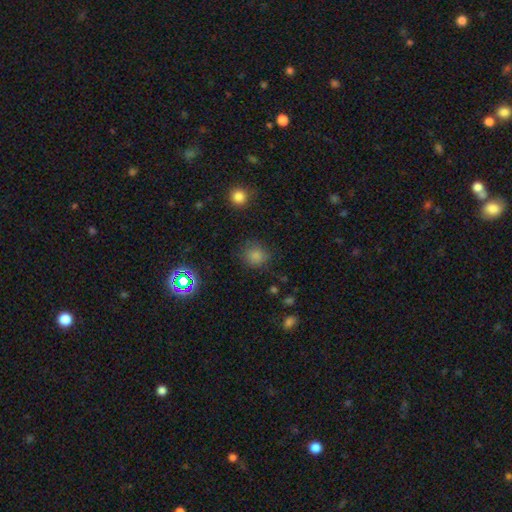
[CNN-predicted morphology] smooth_or_featured: smooth (p=0.80) [alt: star or artifact p=0.15]
how_rounded: round (p=0.86) [alt: in between p=0.13]
merging: none (p=0.80) [alt: minor disturbance p=0.14]